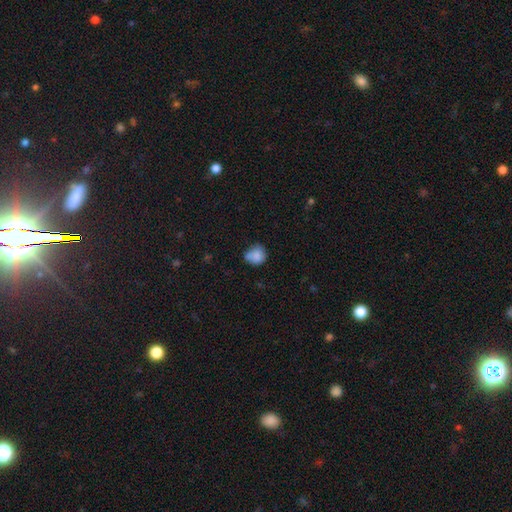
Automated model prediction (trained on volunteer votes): A smooth galaxy with no disk features (78%) that is round (74%).

Vote fractions:
- Smooth or featured? smooth: 78% / featured or disk: 13% / star or artifact: 9%
- How rounded? round: 74% / in between: 25% / cigar-shaped: 1%
- Merging? none: 48% / minor disturbance: 24% / merger: 20% / major disturbance: 8%